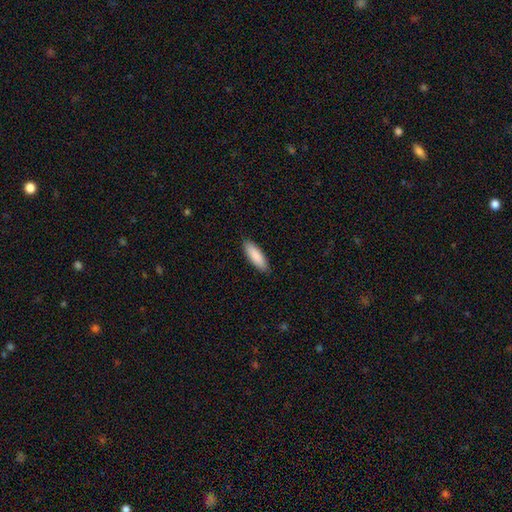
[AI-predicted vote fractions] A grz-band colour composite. It shows a smooth galaxy with no disk features (89%) that is in between round and cigar-shaped (58%). Merging: none (89%).